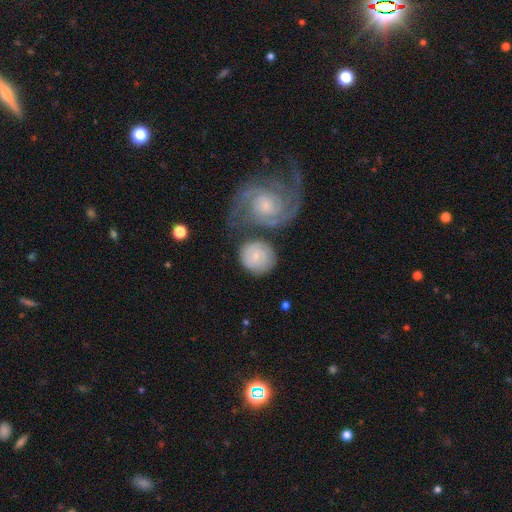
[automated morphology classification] This is possibly a smooth galaxy (48%). Merging: likely none (62%).